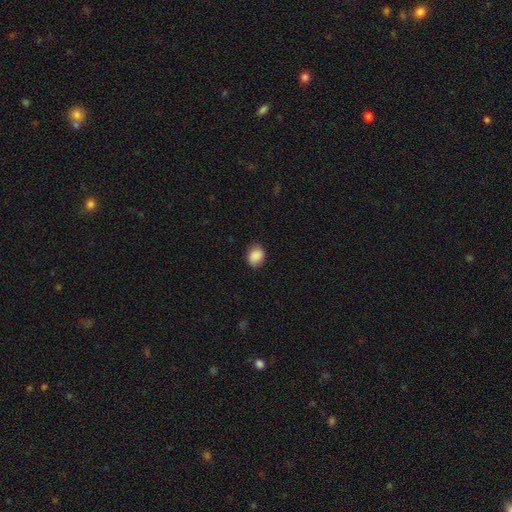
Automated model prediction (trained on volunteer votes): smooth 89%, star or artifact 7%, featured or disk 3%. Down the decision tree: how rounded — in between (55%); merging — none (85%).